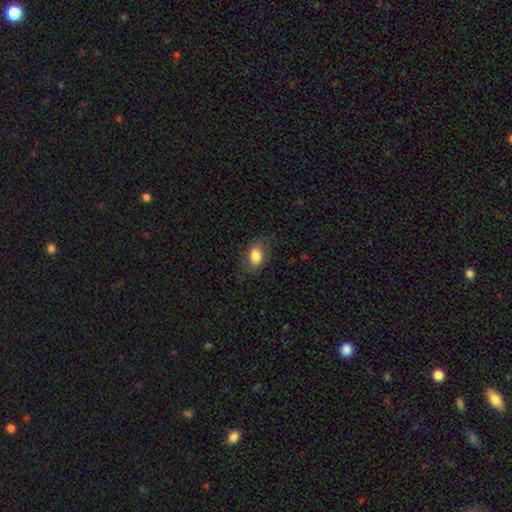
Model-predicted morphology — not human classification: The model was most divided on "merging": none: 73%, minor disturbance: 18%, major disturbance: 8%, merger: 1%. More confident: how rounded — in between (82%); smooth or featured — smooth (79%).